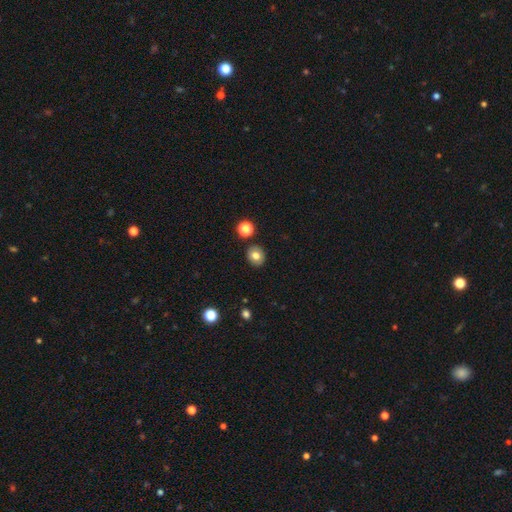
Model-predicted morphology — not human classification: Q: Smooth or featured?
A: smooth (77%); runner-up: featured or disk (12%)
Q: How rounded?
A: round (75%); runner-up: in between (24%)
Q: Merging?
A: none (88%); runner-up: minor disturbance (7%)